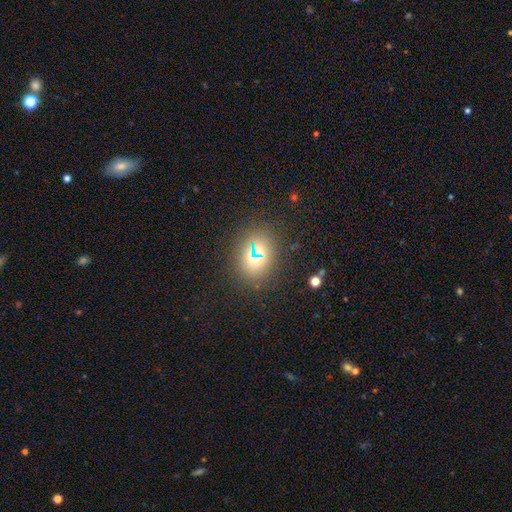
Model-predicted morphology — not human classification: Smooth or featured? Predicted: smooth (p=0.61). How rounded? Predicted: round (p=0.61). Merging? Predicted: none (p=0.83).